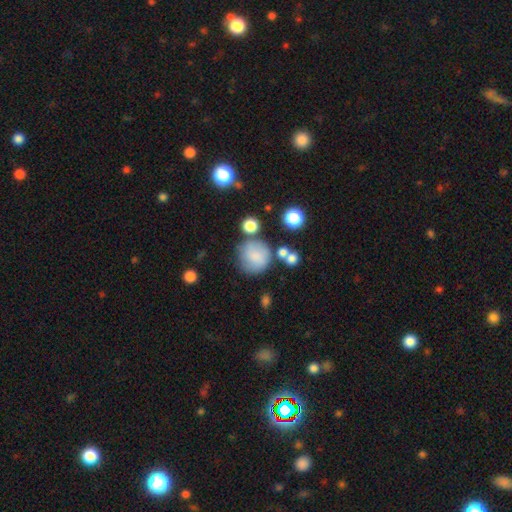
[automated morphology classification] smooth_or_featured: smooth (p=0.73) [alt: featured or disk p=0.16]
how_rounded: round (p=0.89) [alt: in between p=0.10]
merging: none (p=0.62) [alt: minor disturbance p=0.18]